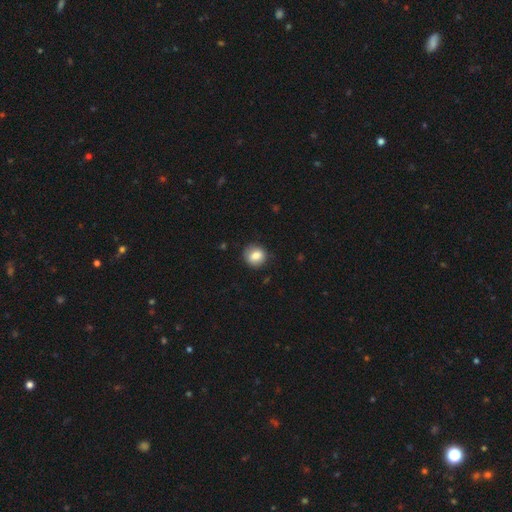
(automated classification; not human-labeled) This appears to be a smooth galaxy with no disk features (81%) that is round (78%). Merging: none (82%).